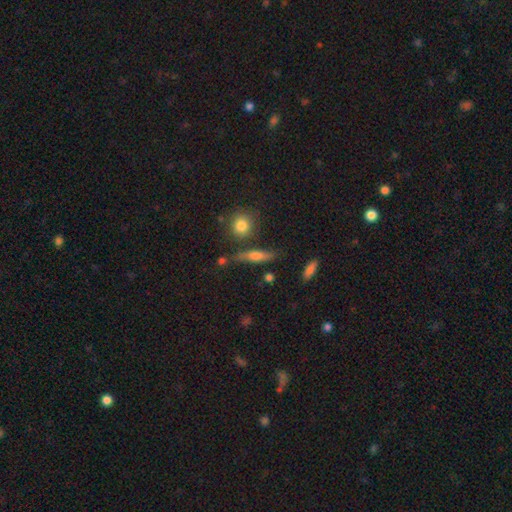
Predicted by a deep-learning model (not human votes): Q: Smooth or featured?
A: smooth (55%); runner-up: featured or disk (35%)
Q: How rounded?
A: cigar-shaped (67%); runner-up: in between (26%)
Q: Merging?
A: none (72%); runner-up: minor disturbance (16%)